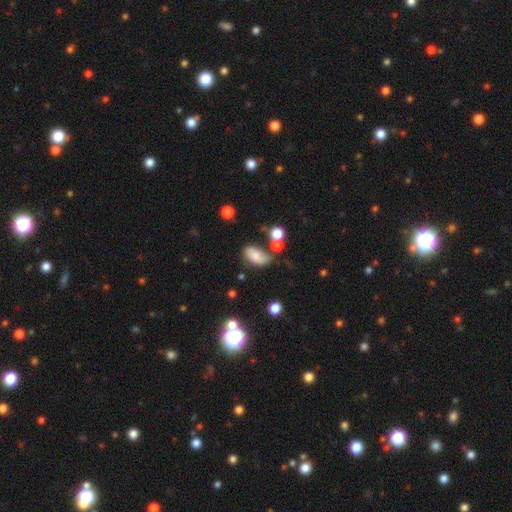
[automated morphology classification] type=smooth (68%); roundness=in between (89%); merging=none (47%).